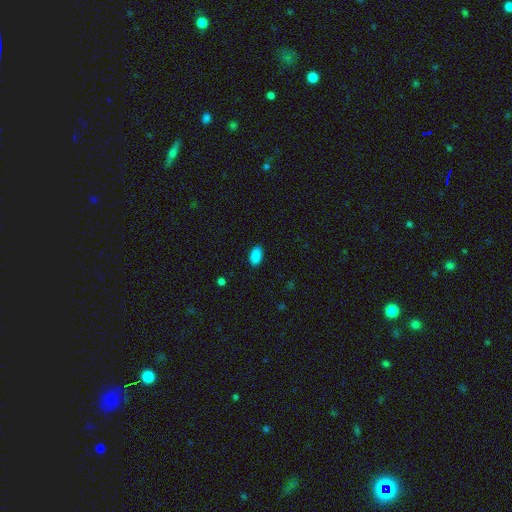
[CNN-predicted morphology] Smooth or featured?
  - smooth: 89% *
  - star or artifact: 8%
  - featured or disk: 3%
How rounded?
  - in between: 93% *
  - cigar-shaped: 4%
  - round: 3%
Merging?
  - none: 88% *
  - minor disturbance: 9%
  - major disturbance: 2%
  - merger: 1%